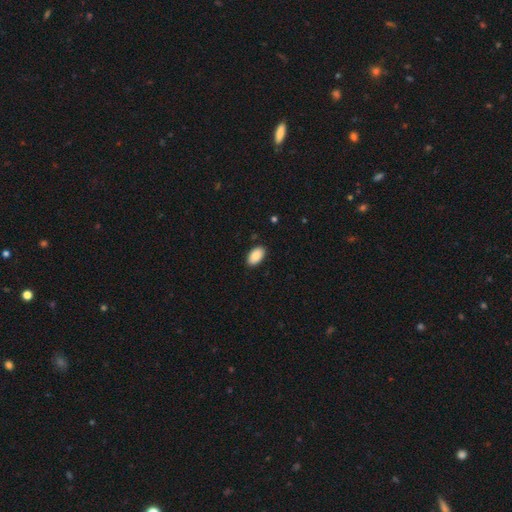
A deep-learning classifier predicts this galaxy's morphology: Smooth or featured? Predicted: smooth (p=0.88). How rounded? Predicted: in between (p=0.94). Merging? Predicted: none (p=0.88).